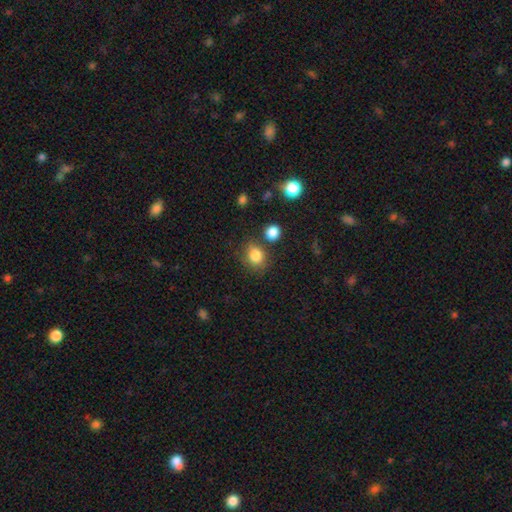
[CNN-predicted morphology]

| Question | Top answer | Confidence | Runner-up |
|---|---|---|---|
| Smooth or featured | smooth | 84% | star or artifact (11%) |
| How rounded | round | 65% | in between (34%) |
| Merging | none | 73% | minor disturbance (14%) |